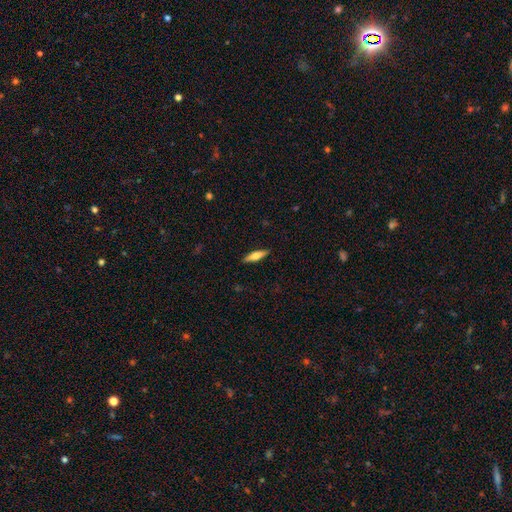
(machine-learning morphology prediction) type=smooth (58%); roundness=cigar-shaped (70%); merging=none (90%).